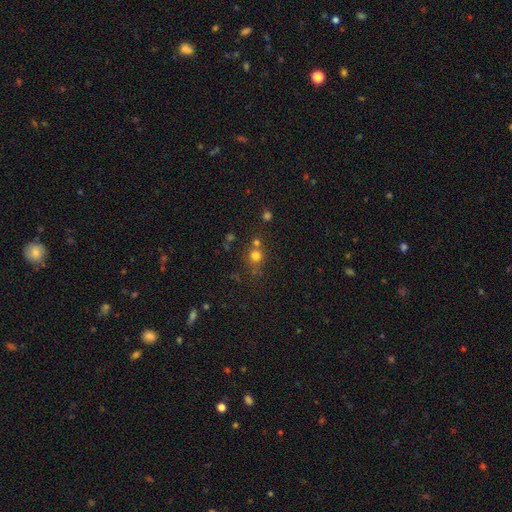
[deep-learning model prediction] Smooth or featured: smooth — 72% (star or artifact — 19%)
How rounded: round — 87% (in between — 12%)
Merging: none — 60% (merger — 26%)